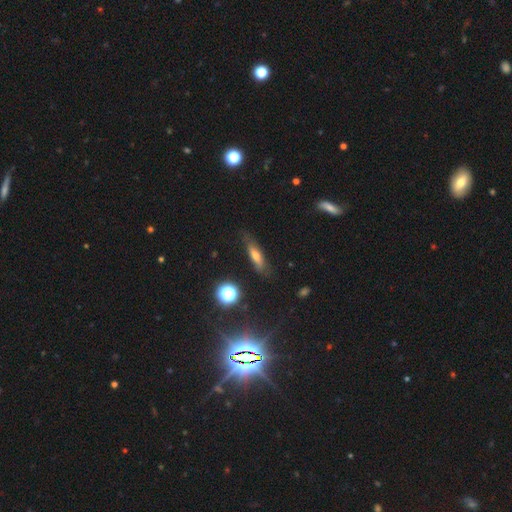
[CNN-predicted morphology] A smooth galaxy with no disk features (54%) that is cigar-shaped (63%).

Vote fractions:
- Smooth or featured? smooth: 54% / featured or disk: 32% / star or artifact: 14%
- How rounded? cigar-shaped: 63% / in between: 32% / round: 5%
- Merging? none: 75% / minor disturbance: 19% / major disturbance: 5% / merger: 2%